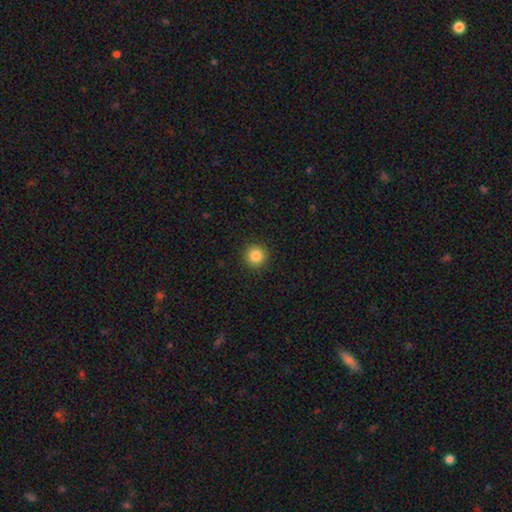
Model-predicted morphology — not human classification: smooth_or_featured: smooth (p=0.85) [alt: star or artifact p=0.11]
how_rounded: round (p=0.95) [alt: in between p=0.04]
merging: none (p=0.92) [alt: minor disturbance p=0.05]